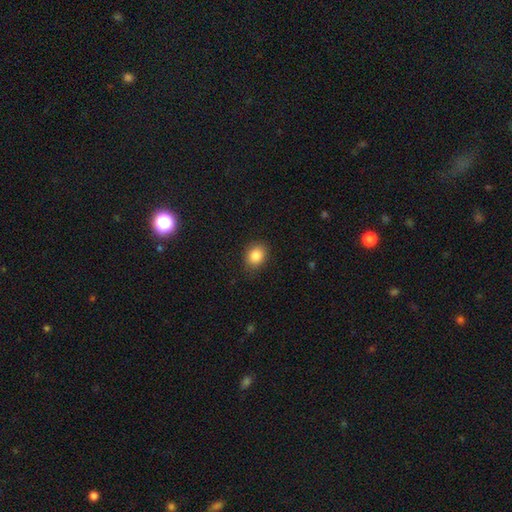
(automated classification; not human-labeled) Q: Smooth or featured?
A: smooth (85%); runner-up: star or artifact (9%)
Q: How rounded?
A: round (51%); runner-up: in between (48%)
Q: Merging?
A: none (86%); runner-up: minor disturbance (10%)